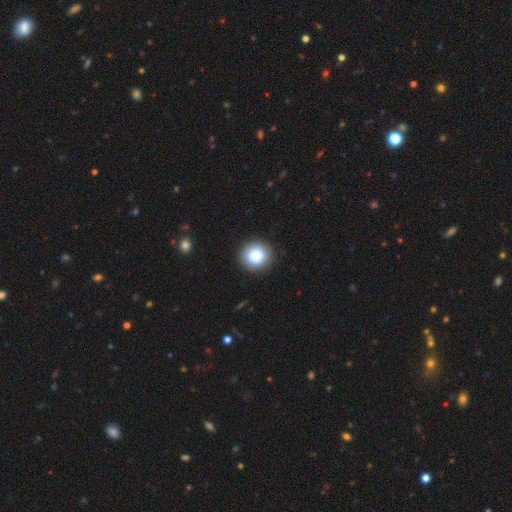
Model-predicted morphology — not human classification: Smooth or featured? smooth (87%)
How rounded? round (93%)
Merging? none (91%)